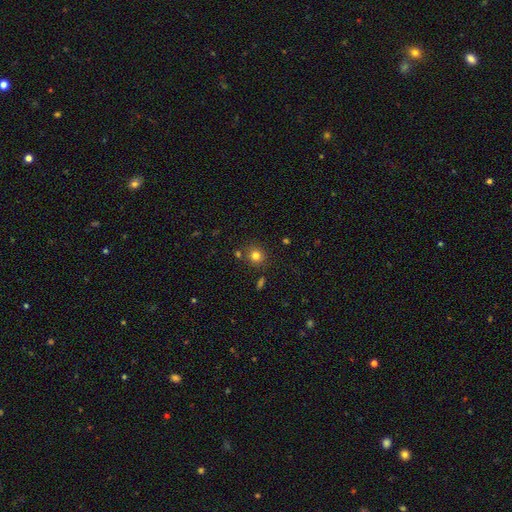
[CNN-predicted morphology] Smooth or featured: smooth — 79% (star or artifact — 14%)
How rounded: round — 87% (in between — 12%)
Merging: none — 81% (minor disturbance — 9%)